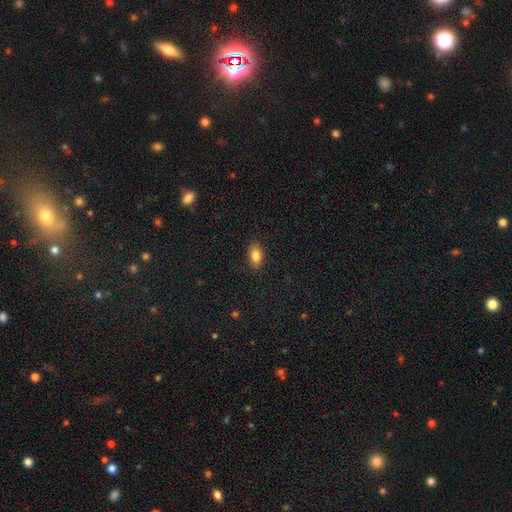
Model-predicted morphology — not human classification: smooth_or_featured: smooth (p=0.83) [alt: star or artifact p=0.08]
how_rounded: in between (p=0.89) [alt: round p=0.08]
merging: none (p=0.88) [alt: minor disturbance p=0.09]